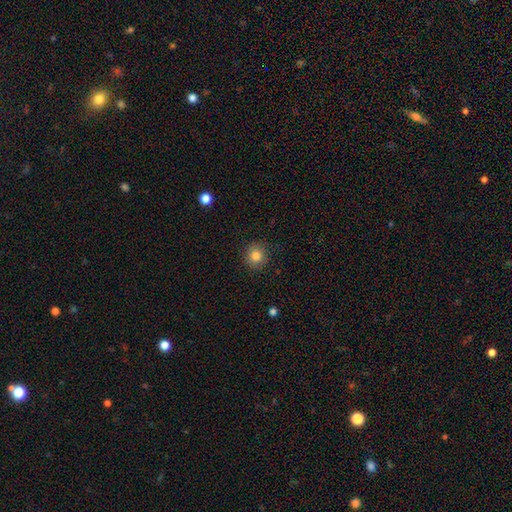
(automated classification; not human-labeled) Smooth or featured? smooth (84%)
How rounded? round (89%)
Merging? none (87%)